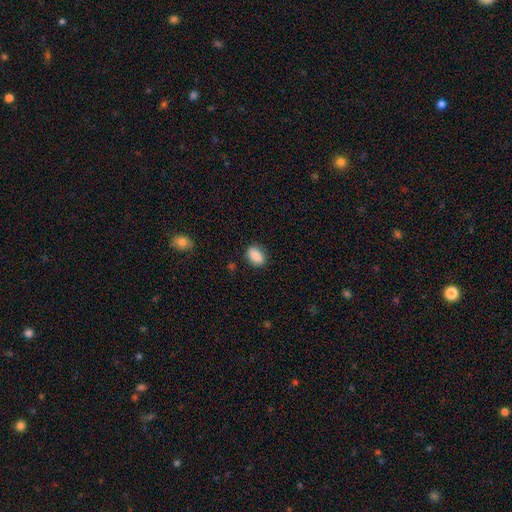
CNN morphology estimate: Overall: smooth (88%). How rounded: in between (84%). Merging: none (84%).